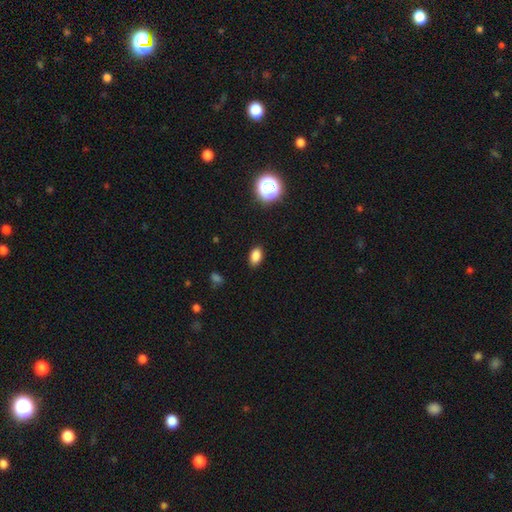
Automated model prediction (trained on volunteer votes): This is clearly a smooth galaxy (84%). How rounded: clearly in between (86%). Merging: clearly none (87%).